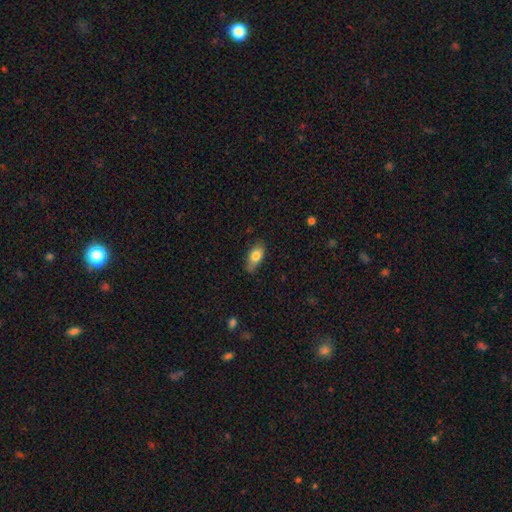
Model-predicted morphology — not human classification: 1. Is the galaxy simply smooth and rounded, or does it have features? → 80% smooth, 13% featured or disk, 7% star or artifact.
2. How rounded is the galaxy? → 87% in between, 8% cigar-shaped, 5% round.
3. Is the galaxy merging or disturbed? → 75% none, 20% minor disturbance, 4% major disturbance, 1% merger.